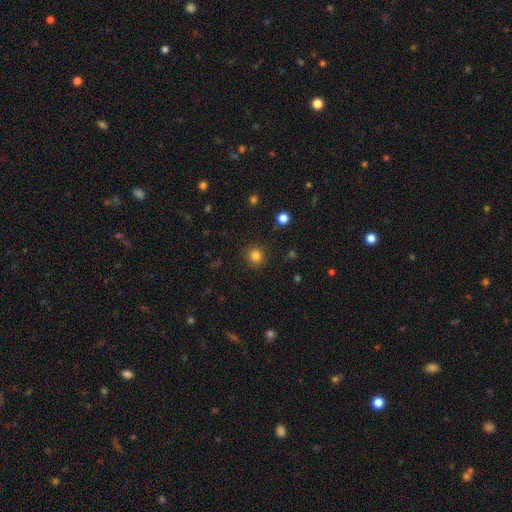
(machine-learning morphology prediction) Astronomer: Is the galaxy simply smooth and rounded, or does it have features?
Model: smooth — 82%.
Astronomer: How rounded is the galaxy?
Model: round — 93%.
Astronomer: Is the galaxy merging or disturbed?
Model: none — 90%.